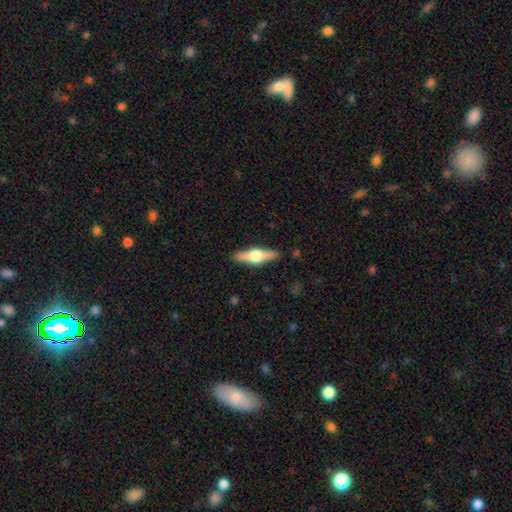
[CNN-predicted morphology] Q: Smooth or featured?
A: featured or disk (63%); runner-up: smooth (32%)
Q: Edge-on disk?
A: yes (96%); runner-up: no (4%)
Q: Edge-on bulge?
A: rounded (94%); runner-up: boxy (4%)
Q: Merging?
A: none (89%); runner-up: minor disturbance (8%)